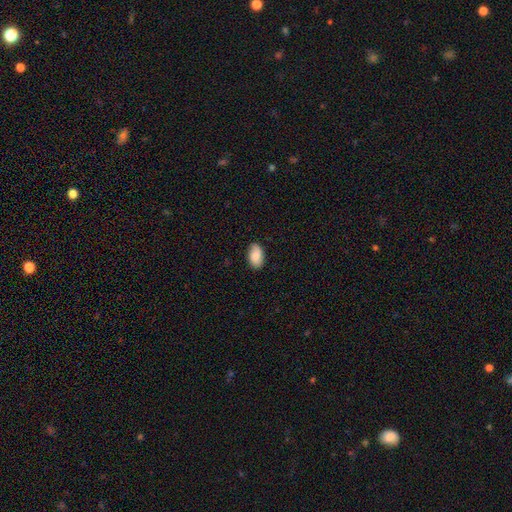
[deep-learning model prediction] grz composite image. It shows a smooth galaxy with no disk features (83%) that is in between round and cigar-shaped (94%). Merging: none (85%).